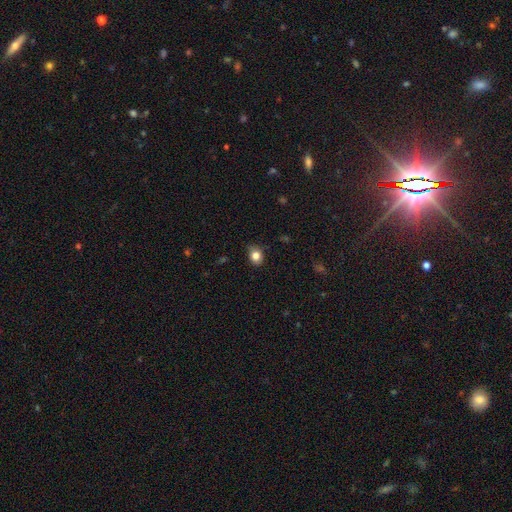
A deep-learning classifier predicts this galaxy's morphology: This appears to be a smooth galaxy with no disk features (82%) that is round (50%). Merging: none (74%).